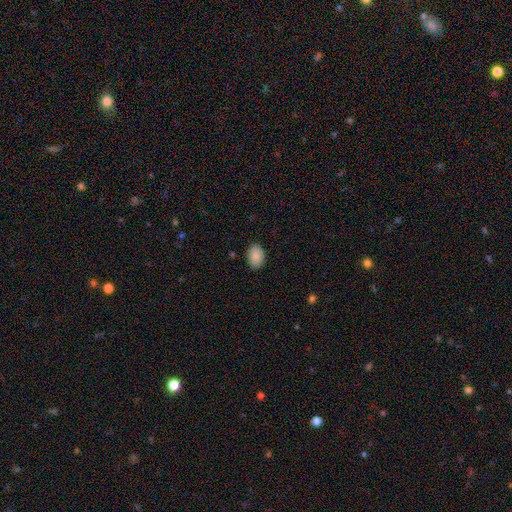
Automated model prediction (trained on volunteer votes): Smooth or featured: smooth — 89% (star or artifact — 7%)
How rounded: in between — 82% (round — 17%)
Merging: none — 86% (minor disturbance — 11%)